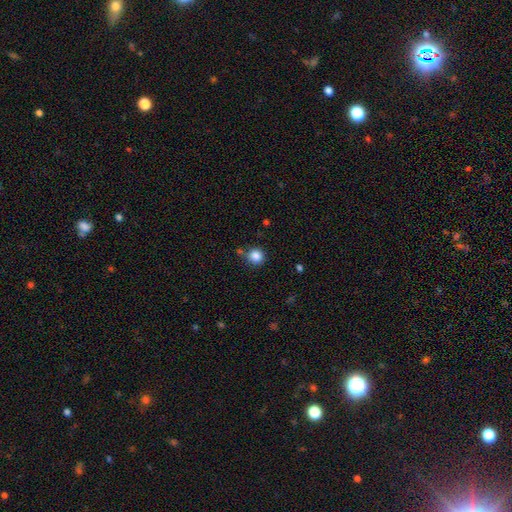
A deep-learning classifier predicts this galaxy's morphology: Smooth or featured: smooth — 85% (star or artifact — 11%)
How rounded: round — 90% (in between — 9%)
Merging: none — 76% (minor disturbance — 13%)